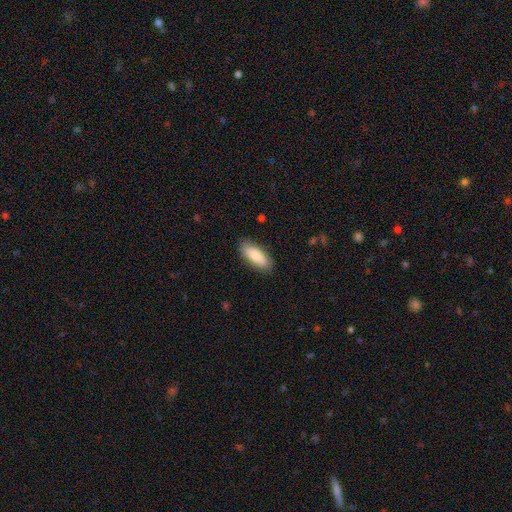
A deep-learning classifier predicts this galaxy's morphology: type=smooth (79%); roundness=in between (81%); merging=none (85%).